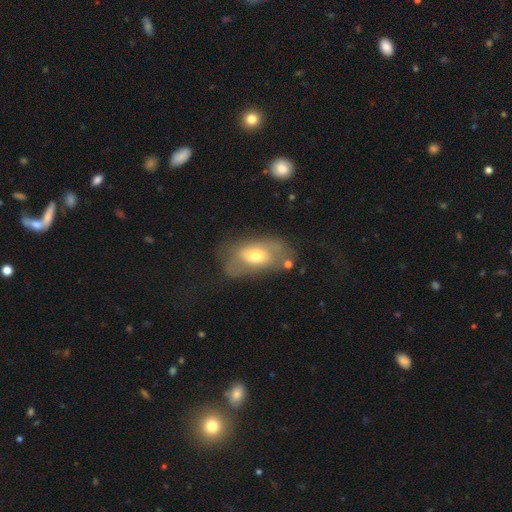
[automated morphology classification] This is possibly a smooth galaxy (47%). Merging: possibly none (51%).